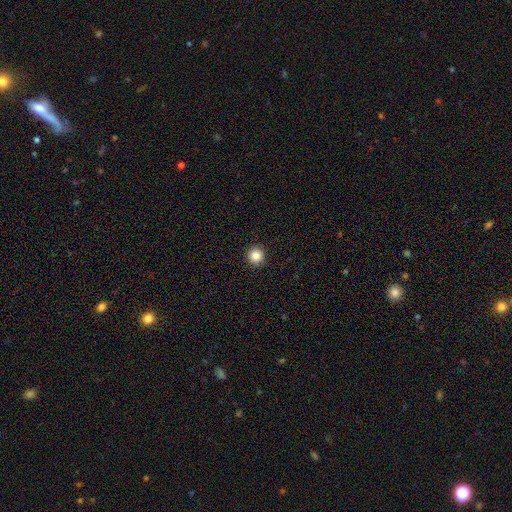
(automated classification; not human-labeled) Smooth or featured? smooth (85%)
How rounded? round (96%)
Merging? none (93%)